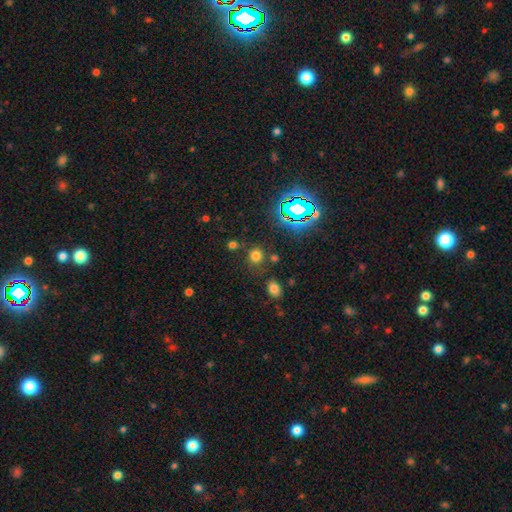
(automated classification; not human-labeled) Smooth or featured? Predicted: smooth (p=0.69). How rounded? Predicted: round (p=0.82). Merging? Predicted: none (p=0.79).